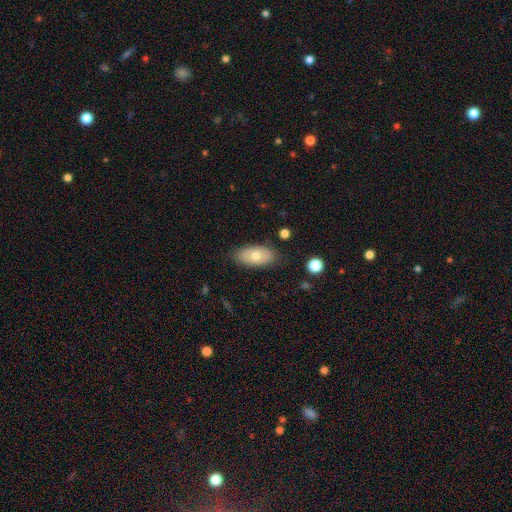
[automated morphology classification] smooth_or_featured: smooth (p=0.67) [alt: featured or disk p=0.26]
how_rounded: in between (p=0.91) [alt: cigar-shaped p=0.05]
merging: none (p=0.81) [alt: minor disturbance p=0.14]